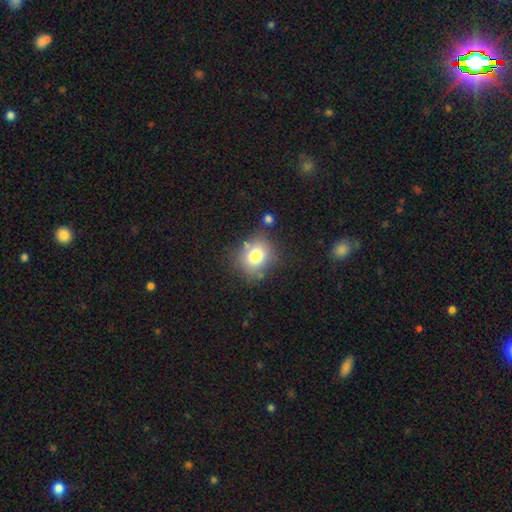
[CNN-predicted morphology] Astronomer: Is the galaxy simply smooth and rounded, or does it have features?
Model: smooth — 76%.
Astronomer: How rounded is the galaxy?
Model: round — 65%.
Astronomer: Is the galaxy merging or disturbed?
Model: none — 71%.